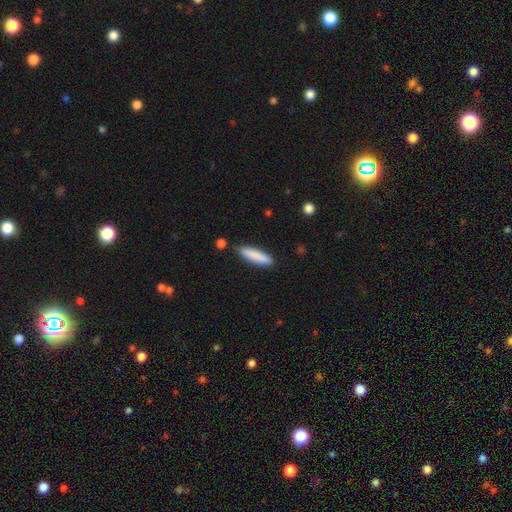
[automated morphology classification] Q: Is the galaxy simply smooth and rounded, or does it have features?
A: smooth — 86%.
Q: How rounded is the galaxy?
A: cigar-shaped — 77%.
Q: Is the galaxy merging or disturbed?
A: none — 86%.